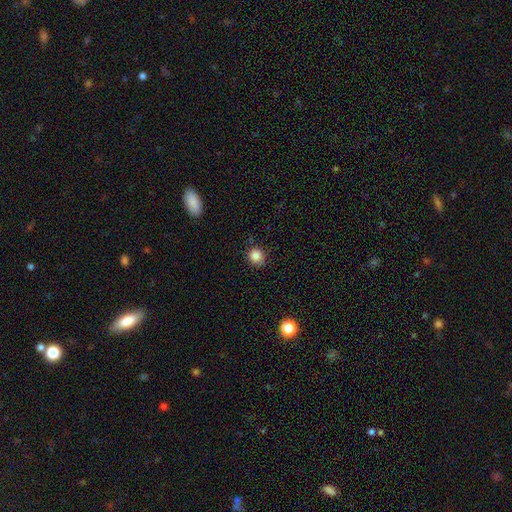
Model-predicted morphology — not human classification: Overall: smooth (85%). How rounded: round (84%). Merging: none (84%).